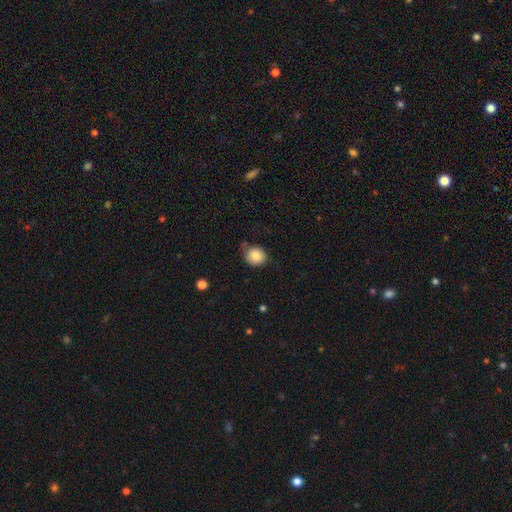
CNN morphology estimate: Overall: smooth (83%). How rounded: round (84%). Merging: none (73%).